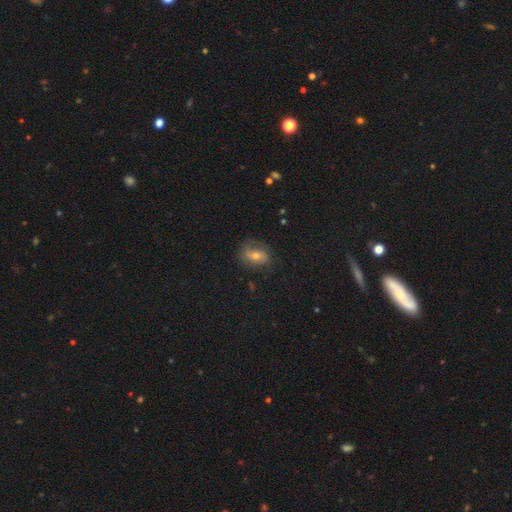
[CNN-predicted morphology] featured or disk 42% (tied), smooth 42% (tied), star or artifact 16%. Down the decision tree: merging — none (69%).